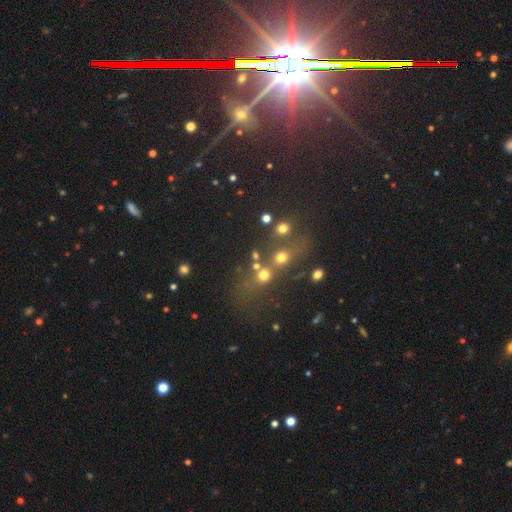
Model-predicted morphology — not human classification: A smooth galaxy with no disk features (45%). Merging: merger (42%, tied with none).